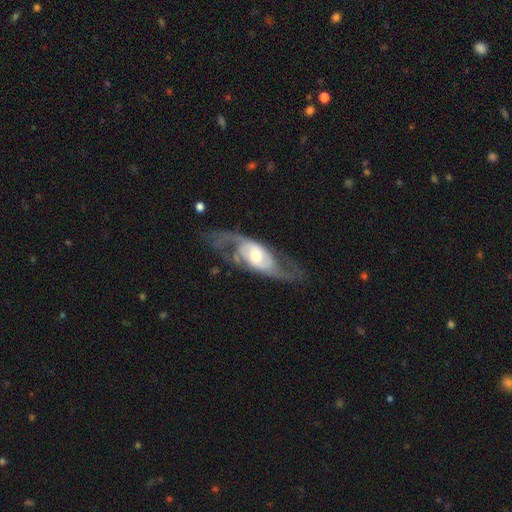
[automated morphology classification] A featured or disk galaxy (86%) with no bar (57%), 2 (89%) loose (47%) spiral arms (92%) and a moderate central bulge (63%).

Vote fractions:
- Smooth or featured? featured or disk: 86% / smooth: 10% / star or artifact: 4%
- Edge-on disk? no: 91% / yes: 9%
- Bar? no: 57% / weak: 30% / strong: 14%
- Spiral arms? yes: 92% / no: 8%
- Spiral winding? loose: 47% / medium: 40% / tight: 14%
- Spiral arm count? 2: 89% / can't tell: 5% / 1: 2% / 3: 2% / 4: 1% / more than 4: 1%
- Bulge size? moderate: 63% / small: 22% / large: 13% / dominant: 2% / none: 1%
- Merging? none: 65% / major disturbance: 17% / minor disturbance: 16% / merger: 2%